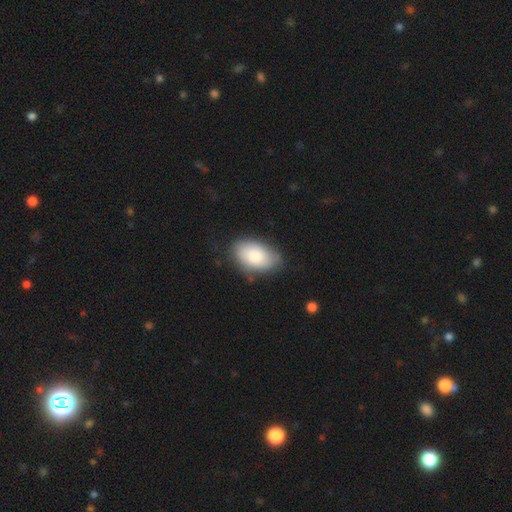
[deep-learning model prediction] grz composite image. It shows a smooth galaxy with no disk features (81%) that is in between round and cigar-shaped (93%). Merging: none (76%).